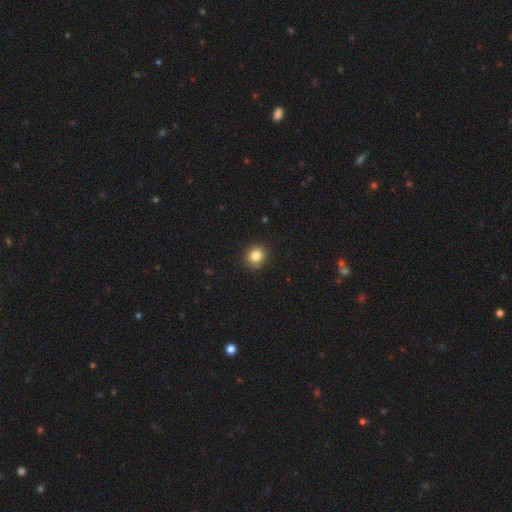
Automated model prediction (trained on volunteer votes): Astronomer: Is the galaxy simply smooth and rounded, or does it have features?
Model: smooth — 83%.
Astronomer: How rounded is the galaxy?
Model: round — 86%.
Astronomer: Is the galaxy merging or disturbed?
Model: none — 88%.